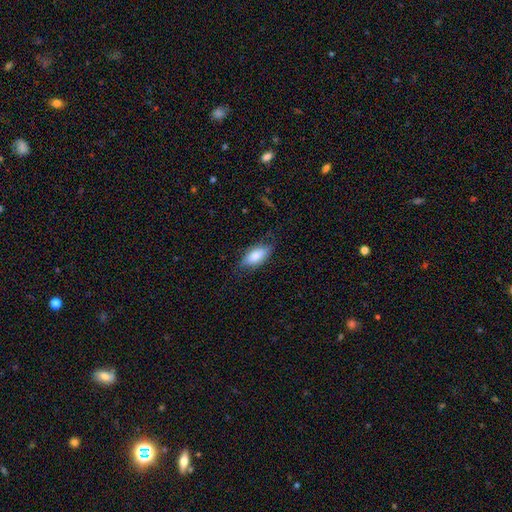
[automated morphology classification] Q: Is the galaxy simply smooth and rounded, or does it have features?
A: smooth — 80%.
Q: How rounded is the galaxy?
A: in between — 86%.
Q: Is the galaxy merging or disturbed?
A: none — 74%.